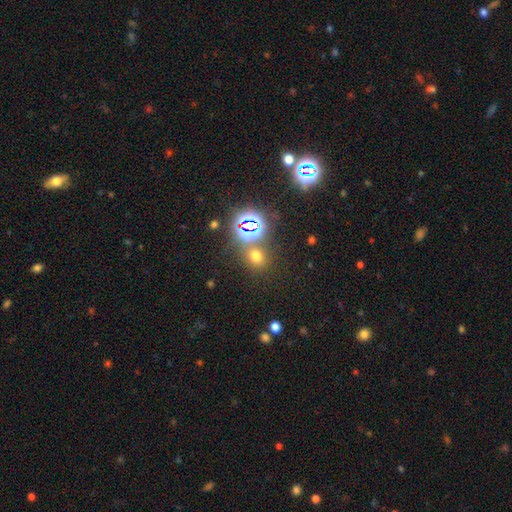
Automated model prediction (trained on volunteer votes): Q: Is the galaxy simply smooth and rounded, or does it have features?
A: smooth — 55%.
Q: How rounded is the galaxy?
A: round — 72%.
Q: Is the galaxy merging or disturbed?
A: none — 74%.